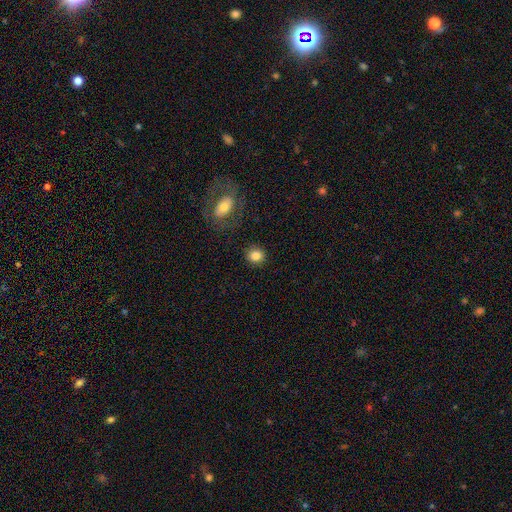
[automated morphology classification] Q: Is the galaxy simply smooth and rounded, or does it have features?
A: smooth — 84%.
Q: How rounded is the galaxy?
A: round — 82%.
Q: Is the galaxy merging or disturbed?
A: none — 89%.